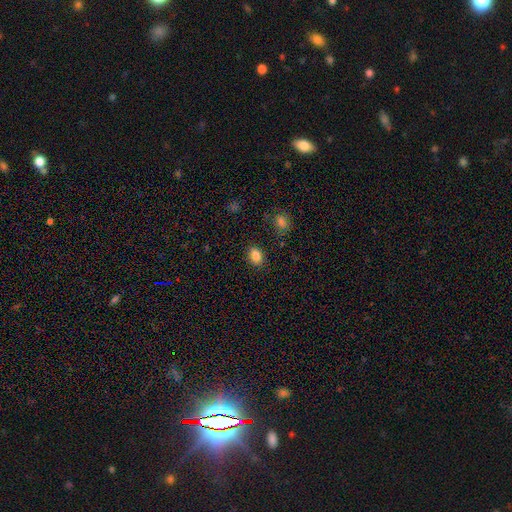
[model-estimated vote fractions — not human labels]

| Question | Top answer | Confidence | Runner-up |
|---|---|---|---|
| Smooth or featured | smooth | 85% | star or artifact (10%) |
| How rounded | in between | 78% | round (21%) |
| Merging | none | 86% | minor disturbance (10%) |